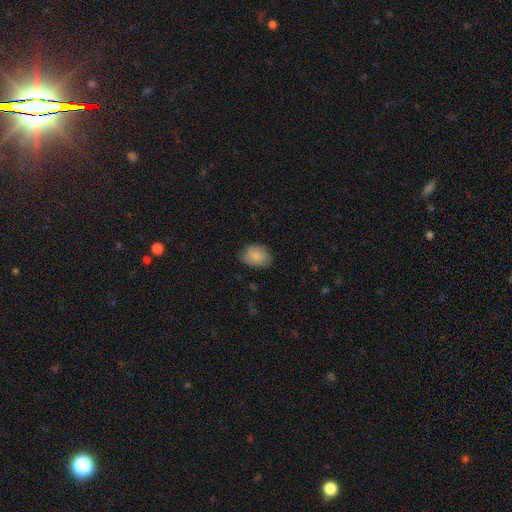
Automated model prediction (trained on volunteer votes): Smooth or featured: smooth — 86% (star or artifact — 7%)
How rounded: in between — 70% (round — 29%)
Merging: none — 79% (minor disturbance — 17%)